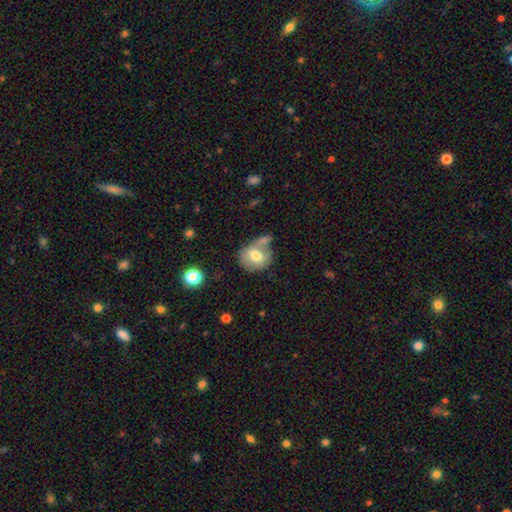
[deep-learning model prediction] A smooth galaxy with no disk features (65%) that is round (65%). Merging: none (43%).